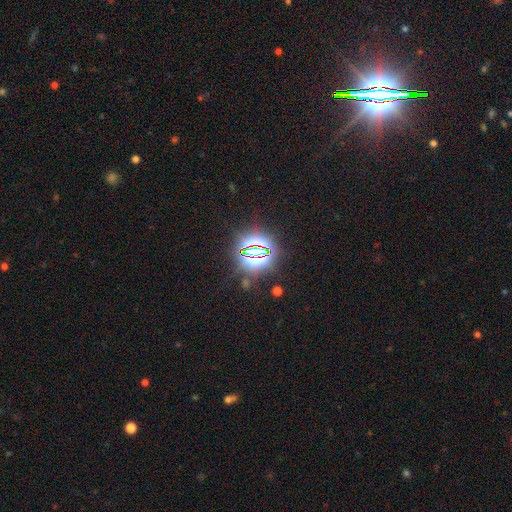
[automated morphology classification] Smooth or featured? star or artifact (85%)